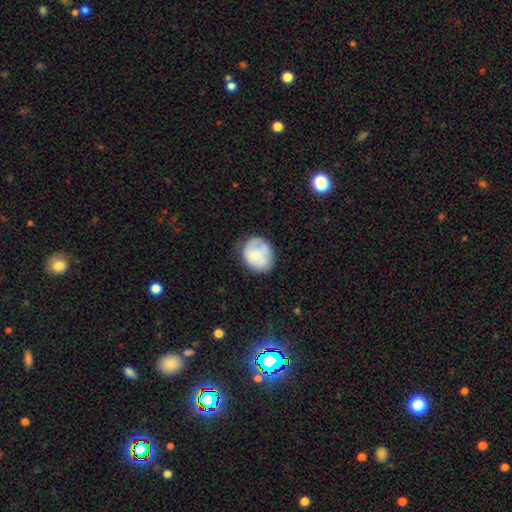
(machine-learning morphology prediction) smooth 61%, featured or disk 32%, star or artifact 7%. Down the decision tree: how rounded — round (58%); merging — none (60%).